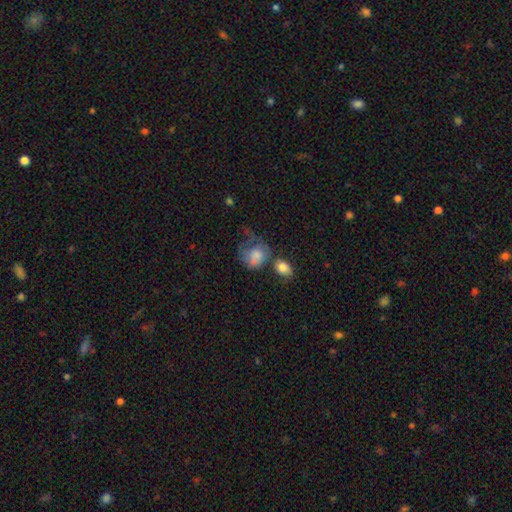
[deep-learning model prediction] A smooth galaxy with no disk features (73%) that is round (58%).

Vote fractions:
- Smooth or featured? smooth: 73% / featured or disk: 18% / star or artifact: 9%
- How rounded? round: 58% / in between: 41% / cigar-shaped: 1%
- Merging? major disturbance: 33% / none: 26% / minor disturbance: 24% / merger: 16%